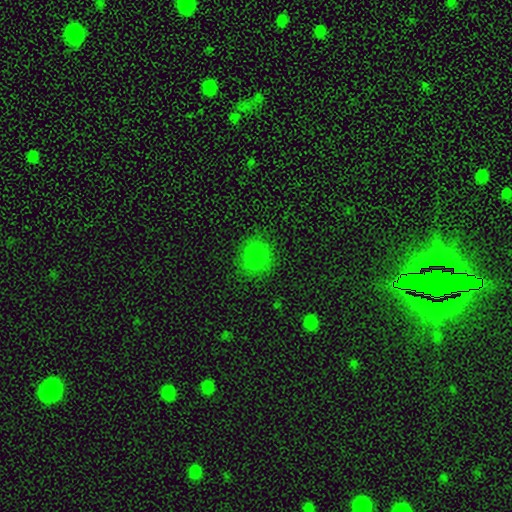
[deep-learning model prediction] The model was most divided on "how rounded": round: 75%, in between: 24%, cigar-shaped: 1%. More confident: merging — none (83%); smooth or featured — smooth (78%).